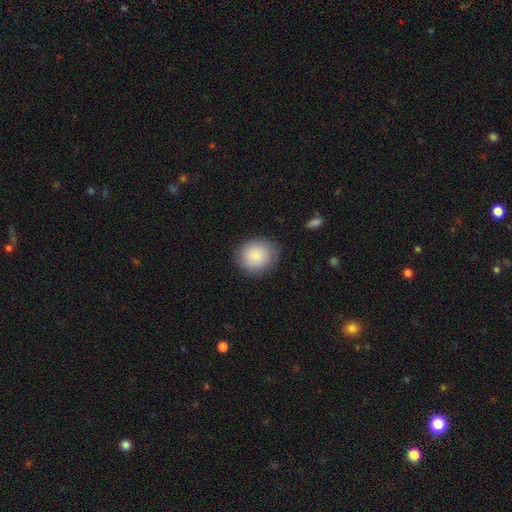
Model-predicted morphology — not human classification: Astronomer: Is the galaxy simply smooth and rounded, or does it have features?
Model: smooth — 84%.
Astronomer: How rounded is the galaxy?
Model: round — 83%.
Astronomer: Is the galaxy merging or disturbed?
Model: none — 82%.